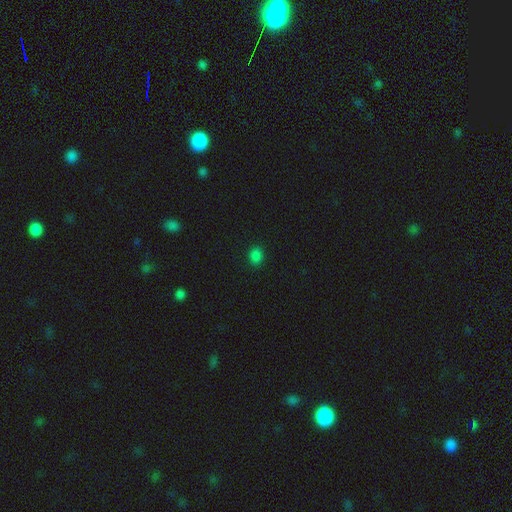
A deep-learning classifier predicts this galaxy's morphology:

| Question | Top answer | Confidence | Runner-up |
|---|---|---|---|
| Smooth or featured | smooth | 82% | star or artifact (16%) |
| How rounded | in between | 51% | round (47%) |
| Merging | none | 89% | minor disturbance (8%) |